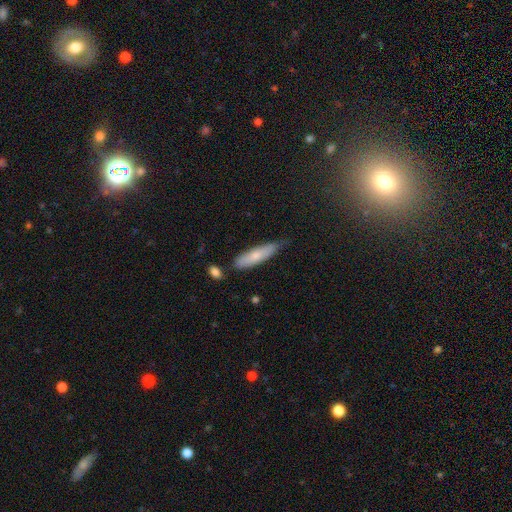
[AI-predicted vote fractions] Smooth or featured?
  - smooth: 72% *
  - featured or disk: 22%
  - star or artifact: 6%
How rounded?
  - cigar-shaped: 74% *
  - in between: 25%
  - round: 2%
Merging?
  - none: 62% *
  - minor disturbance: 29%
  - major disturbance: 5%
  - merger: 4%